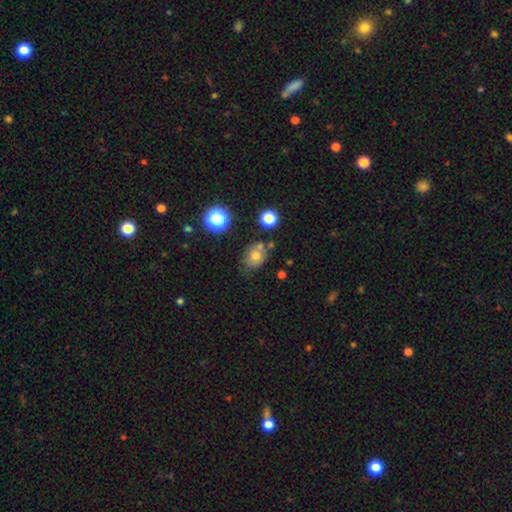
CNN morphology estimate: Q: Smooth or featured?
A: smooth (71%); runner-up: star or artifact (15%)
Q: How rounded?
A: round (52%); runner-up: in between (47%)
Q: Merging?
A: none (61%); runner-up: minor disturbance (20%)